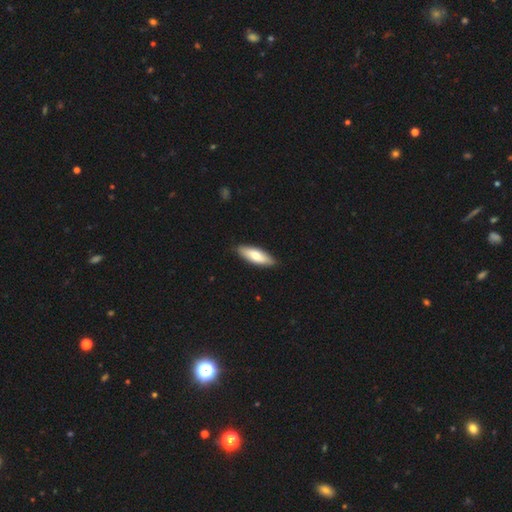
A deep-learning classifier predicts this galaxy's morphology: This is likely a smooth galaxy (69%). How rounded: possibly in between (57%). Merging: clearly none (87%).